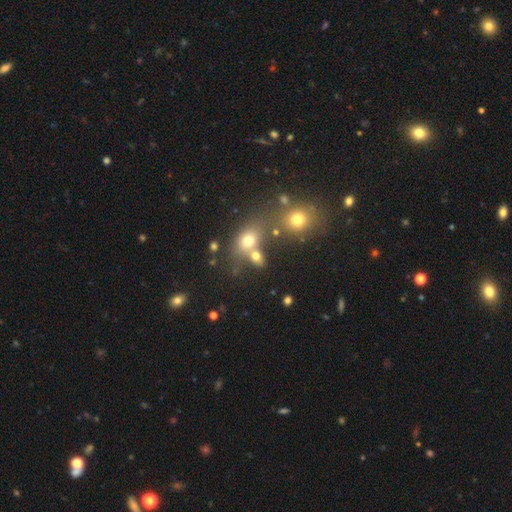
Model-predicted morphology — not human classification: smooth_or_featured: smooth (p=0.70) [alt: star or artifact p=0.18]
how_rounded: in between (p=0.56) [alt: round p=0.42]
merging: none (p=0.43) [alt: merger p=0.39]